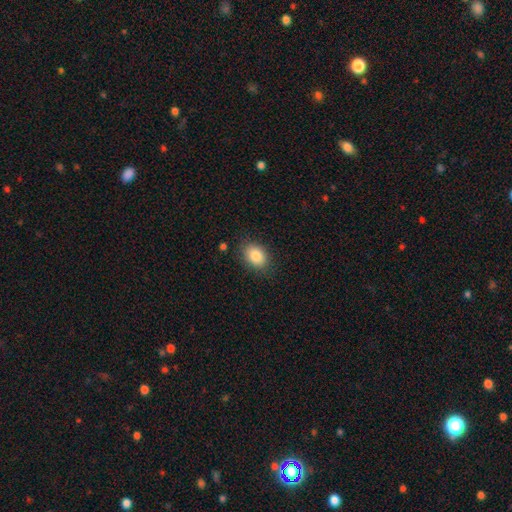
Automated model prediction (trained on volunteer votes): A smooth galaxy with no disk features (85%) that is in between round and cigar-shaped (75%). Merging: none (83%).